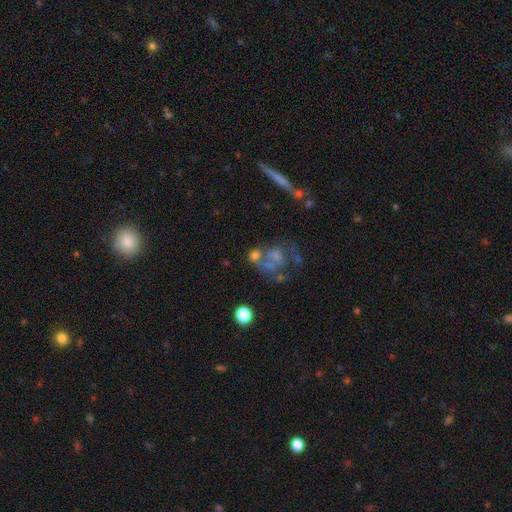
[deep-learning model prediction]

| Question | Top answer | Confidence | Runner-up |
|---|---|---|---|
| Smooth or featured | smooth | 44% | featured or disk (39%) |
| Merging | merger | 34% | none (32%) |